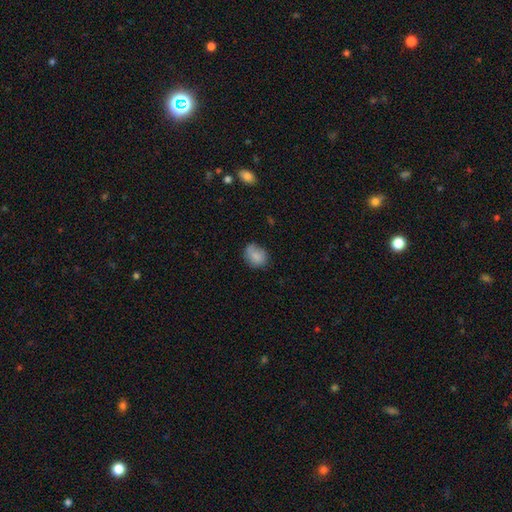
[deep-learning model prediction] smooth_or_featured: smooth (p=0.81) [alt: featured or disk p=0.10]
how_rounded: round (p=0.55) [alt: in between p=0.44]
merging: none (p=0.63) [alt: minor disturbance p=0.26]